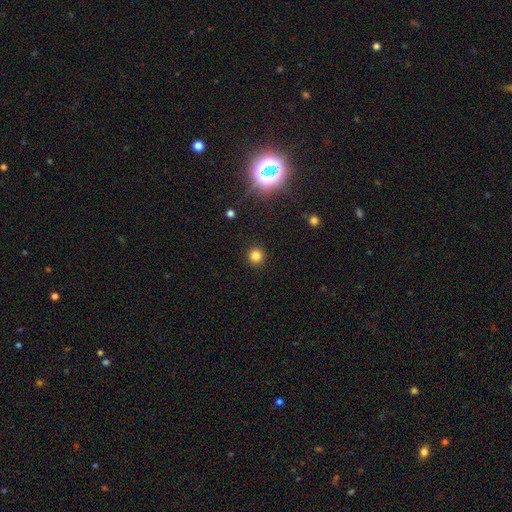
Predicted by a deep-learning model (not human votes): smooth 81%, star or artifact 15%, featured or disk 5%. Down the decision tree: how rounded — round (95%); merging — none (92%).